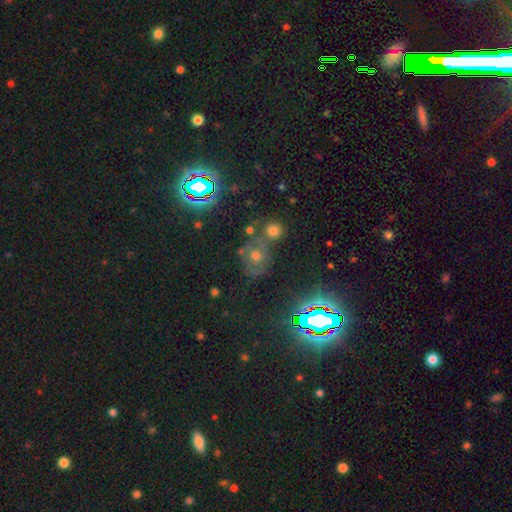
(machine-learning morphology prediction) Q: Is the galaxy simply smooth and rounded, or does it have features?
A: smooth — 41%.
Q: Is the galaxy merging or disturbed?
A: none — 57%.